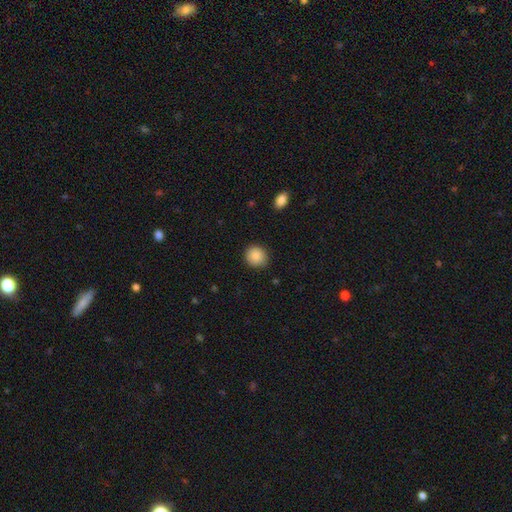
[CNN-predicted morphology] smooth_or_featured: smooth (p=0.88) [alt: star or artifact p=0.08]
how_rounded: round (p=0.87) [alt: in between p=0.12]
merging: none (p=0.87) [alt: minor disturbance p=0.09]